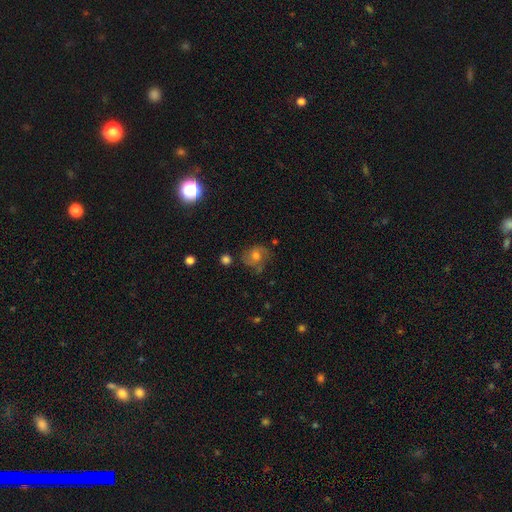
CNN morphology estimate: This appears to be a featured or disk galaxy (52%) with no bar (74%), spiral arms (83%) and a moderate central bulge (68%). Merging: none (66%).